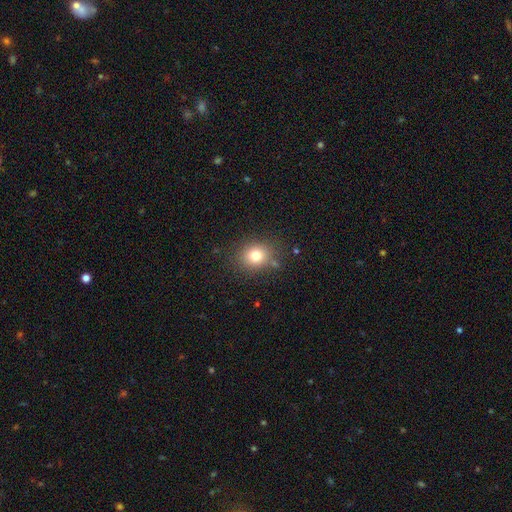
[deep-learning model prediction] This is likely a smooth galaxy (77%). How rounded: likely round (71%). Merging: clearly none (81%).